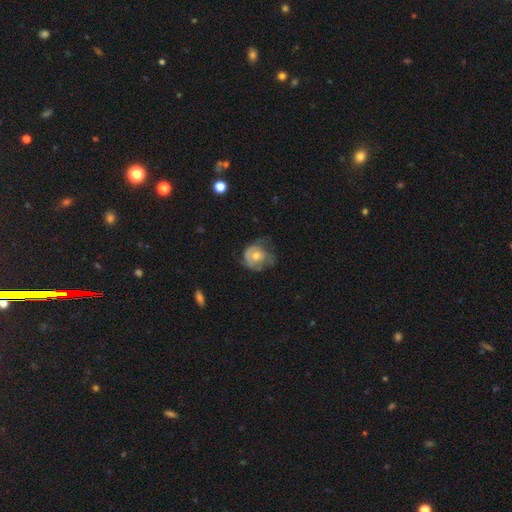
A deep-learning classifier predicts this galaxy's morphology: Smooth or featured? Predicted: smooth (p=0.47). Merging? Predicted: none (p=0.39).